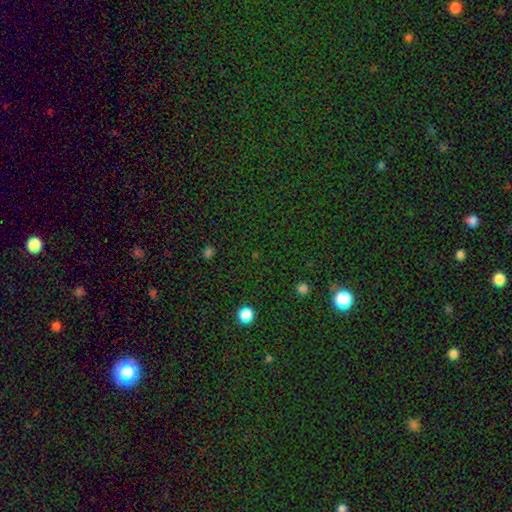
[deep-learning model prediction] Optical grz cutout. It shows a star or artifact, not a galaxy (72%).